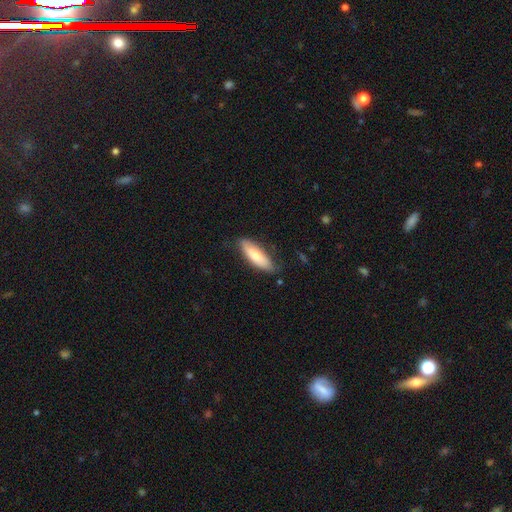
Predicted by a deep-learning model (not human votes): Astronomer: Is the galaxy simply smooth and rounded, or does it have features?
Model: smooth — 74%.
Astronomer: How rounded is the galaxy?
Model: in between — 55% (runner-up: cigar-shaped, 44%).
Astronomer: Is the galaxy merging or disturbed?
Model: none — 73%.